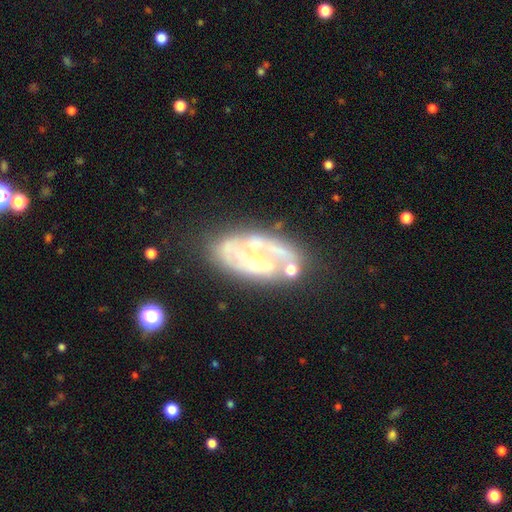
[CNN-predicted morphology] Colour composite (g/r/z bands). It shows a featured or disk galaxy (76%) with no bar (53%), can't tell (36%, tied with 2) medium (42%) spiral arms (76%) and a small central bulge (62%). Merging: none (57%).